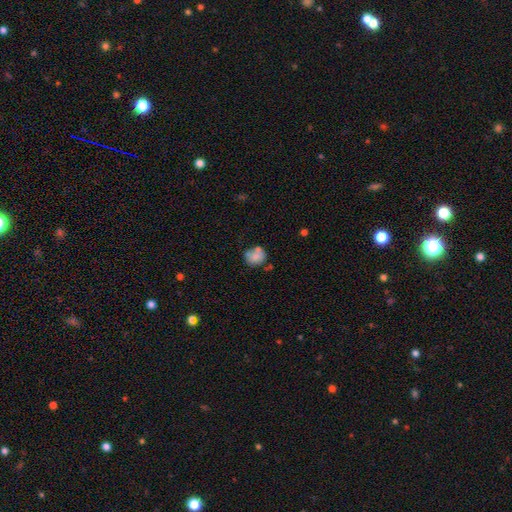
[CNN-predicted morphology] Q: Smooth or featured?
A: smooth (72%); runner-up: featured or disk (18%)
Q: How rounded?
A: round (66%); runner-up: in between (33%)
Q: Merging?
A: none (47%); runner-up: minor disturbance (24%)